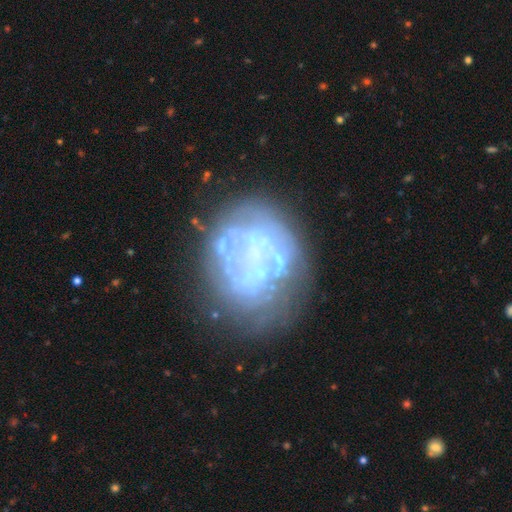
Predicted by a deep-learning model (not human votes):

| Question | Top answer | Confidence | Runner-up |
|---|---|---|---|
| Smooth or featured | featured or disk | 71% | smooth (16%) |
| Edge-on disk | no | 98% | yes (2%) |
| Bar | no | 90% | weak (7%) |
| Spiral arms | no | 83% | yes (17%) |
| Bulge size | none | 68% | small (21%) |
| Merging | none | 54% | major disturbance (20%) |